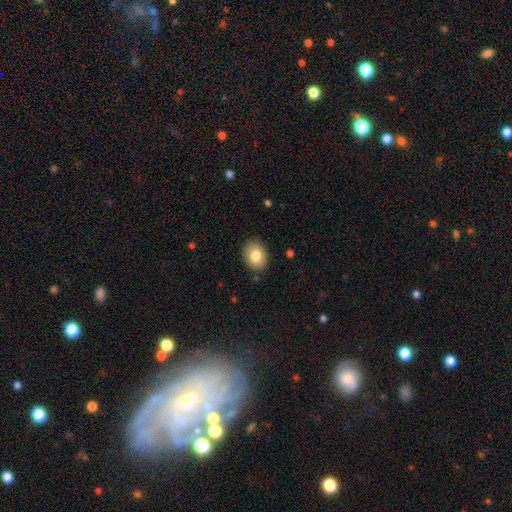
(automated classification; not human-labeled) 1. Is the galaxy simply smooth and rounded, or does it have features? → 81% smooth, 10% featured or disk, 8% star or artifact.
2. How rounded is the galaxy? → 59% in between, 40% round, 1% cigar-shaped.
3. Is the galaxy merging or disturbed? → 87% none, 9% minor disturbance, 2% major disturbance, 1% merger.